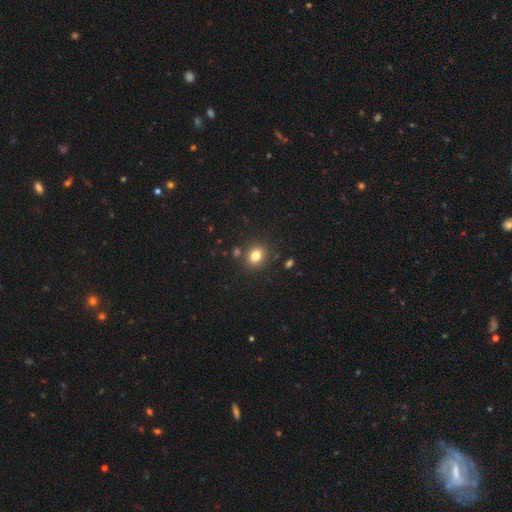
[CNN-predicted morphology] Overall: smooth (81%). How rounded: round (62%; in between 37%). Merging: none (83%).